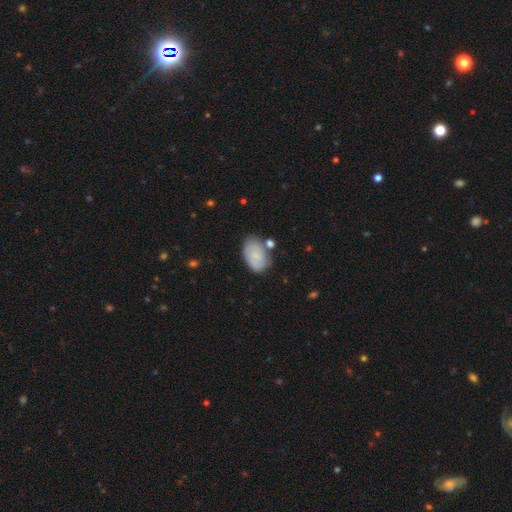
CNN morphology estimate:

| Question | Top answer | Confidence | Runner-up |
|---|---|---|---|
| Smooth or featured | smooth | 64% | featured or disk (28%) |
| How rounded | in between | 89% | round (9%) |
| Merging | none | 62% | minor disturbance (22%) |